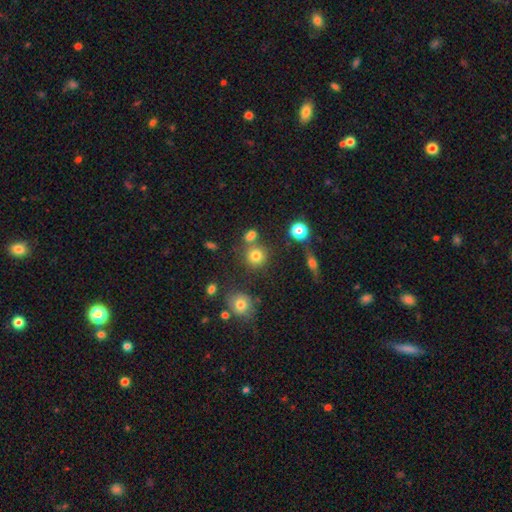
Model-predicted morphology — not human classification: Overall: smooth (77%). How rounded: round (88%). Merging: none (69%).